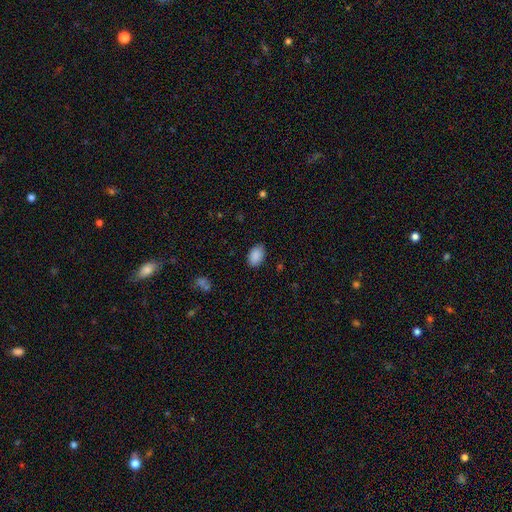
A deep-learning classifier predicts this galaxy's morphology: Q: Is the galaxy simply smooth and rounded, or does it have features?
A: smooth — 89%.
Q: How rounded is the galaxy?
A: in between — 88%.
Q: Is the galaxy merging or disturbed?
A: none — 86%.